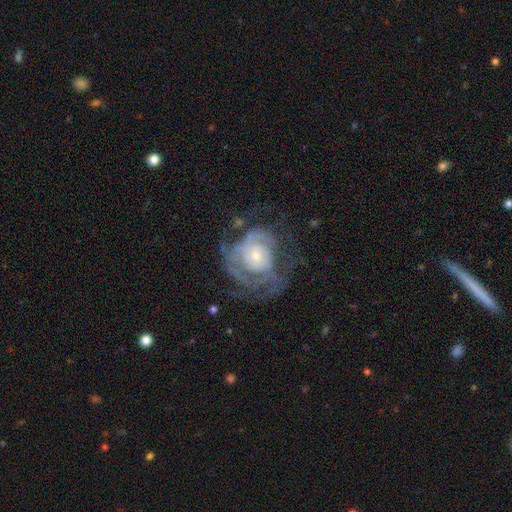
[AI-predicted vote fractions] smooth_or_featured: featured or disk (p=0.79) [alt: smooth p=0.14]
disk_edge_on: no (p=0.97) [alt: yes p=0.03]
bar: no (p=0.81) [alt: weak p=0.16]
has_spiral_arms: yes (p=0.79) [alt: no p=0.21]
spiral_winding: tight (p=0.61) [alt: medium p=0.28]
spiral_arm_count: can't tell (p=0.47) [alt: 2 p=0.16]
bulge_size: small (p=0.60) [alt: moderate p=0.34]
merging: none (p=0.48) [alt: major disturbance p=0.30]